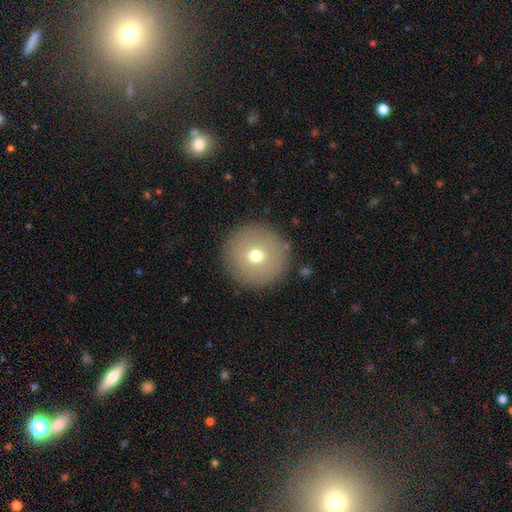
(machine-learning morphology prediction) A smooth galaxy with no disk features (68%) that is round (95%). Merging: none (89%).